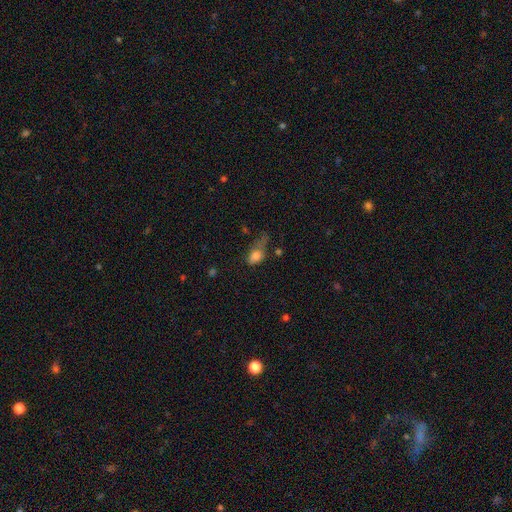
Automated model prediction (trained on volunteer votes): smooth_or_featured: smooth (p=0.77) [alt: featured or disk p=0.13]
how_rounded: in between (p=0.73) [alt: round p=0.22]
merging: major disturbance (p=0.40) [alt: minor disturbance p=0.29]